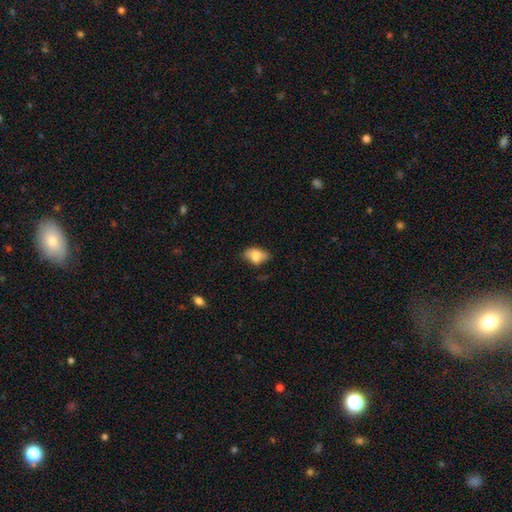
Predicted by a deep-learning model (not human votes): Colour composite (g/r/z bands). It shows a smooth galaxy with no disk features (76%) that is in between round and cigar-shaped (86%). Merging: none (58%).